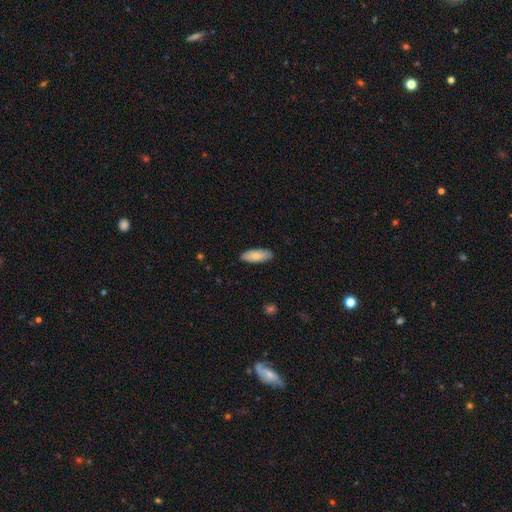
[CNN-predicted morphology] Smooth or featured? Predicted: smooth (p=0.76). How rounded? Predicted: in between (p=0.81). Merging? Predicted: none (p=0.86).